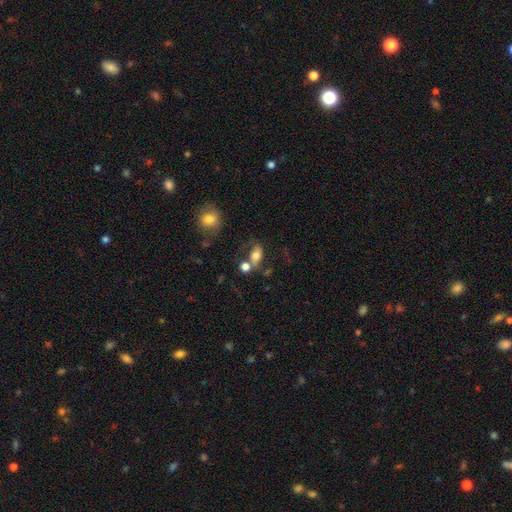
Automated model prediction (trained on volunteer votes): This appears to be a smooth galaxy with no disk features (67%) that is in between round and cigar-shaped (75%). Merging: none (41%).